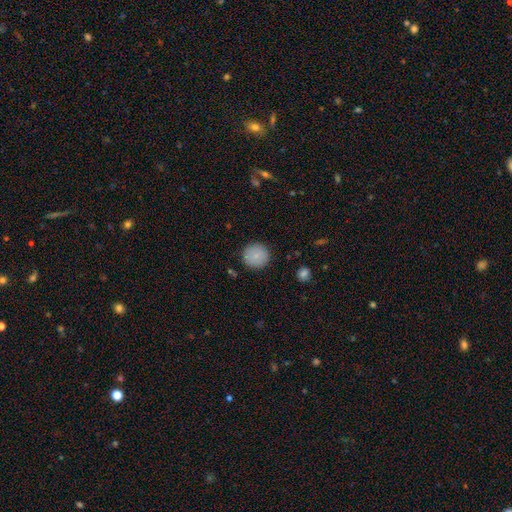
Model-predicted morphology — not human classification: smooth-or-featured: smooth: 84% | featured or disk: 8% | star or artifact: 8%
  how-rounded: round: 95% | in between: 4% | cigar-shaped: 1%
  merging: none: 89% | minor disturbance: 7% | major disturbance: 2% | merger: 1%